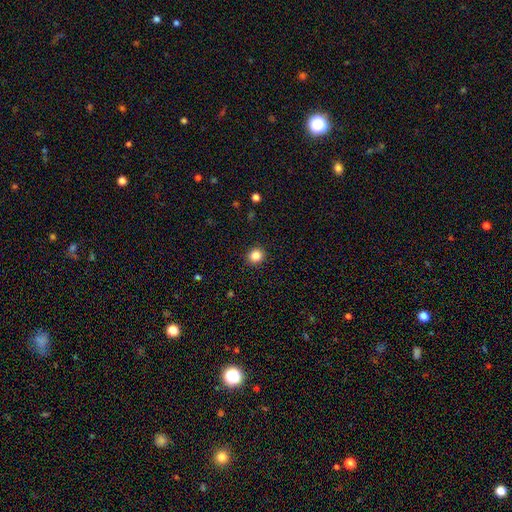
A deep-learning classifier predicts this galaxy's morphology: Overall: smooth (84%). How rounded: round (86%). Merging: none (92%).